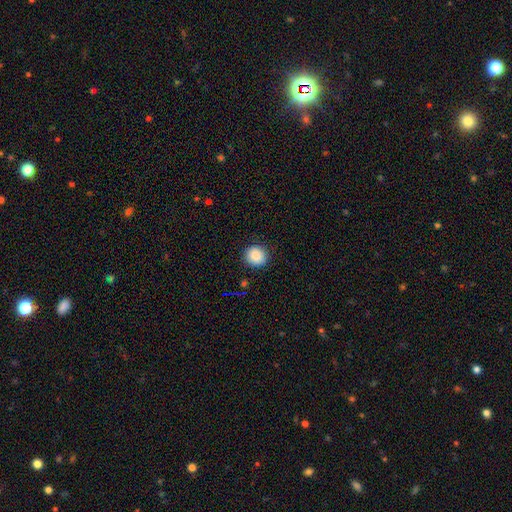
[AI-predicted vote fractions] Q: Smooth or featured?
A: smooth (88%); runner-up: star or artifact (9%)
Q: How rounded?
A: round (89%); runner-up: in between (10%)
Q: Merging?
A: none (89%); runner-up: minor disturbance (7%)